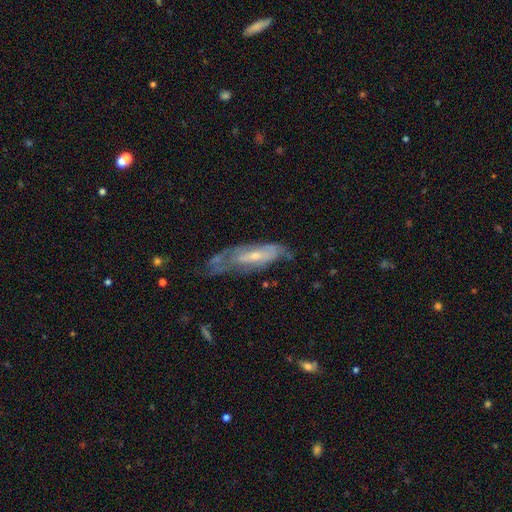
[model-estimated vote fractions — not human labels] The model was most divided on "merging": none: 39%, minor disturbance: 32%, major disturbance: 24%, merger: 5%. More confident: edge-on disk — no (75%); smooth or featured — featured or disk (63%).